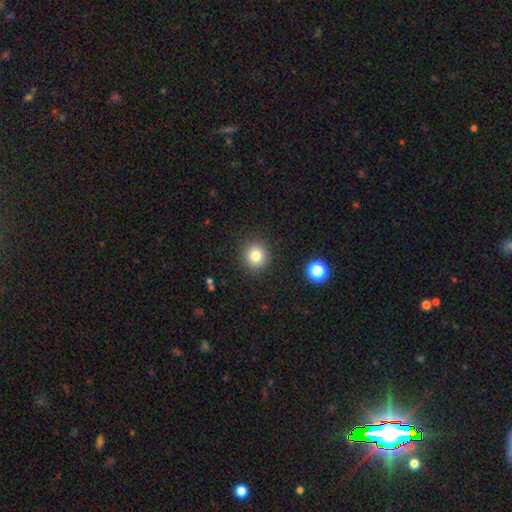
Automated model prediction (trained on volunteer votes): This appears to be a smooth galaxy with no disk features (80%) that is round (92%). Merging: none (90%).